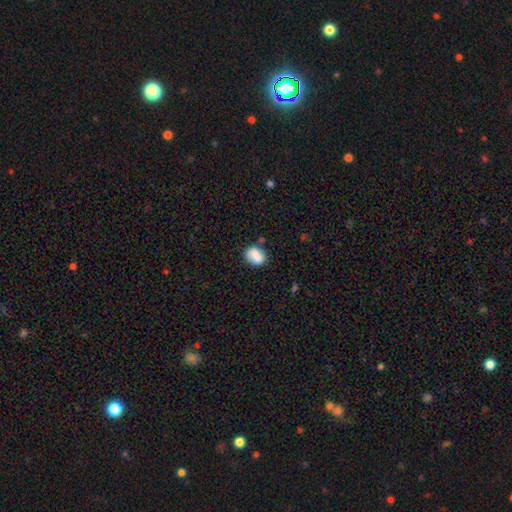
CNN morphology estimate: smooth_or_featured: smooth (p=0.83) [alt: featured or disk p=0.09]
how_rounded: in between (p=0.61) [alt: round p=0.37]
merging: none (p=0.72) [alt: minor disturbance p=0.19]